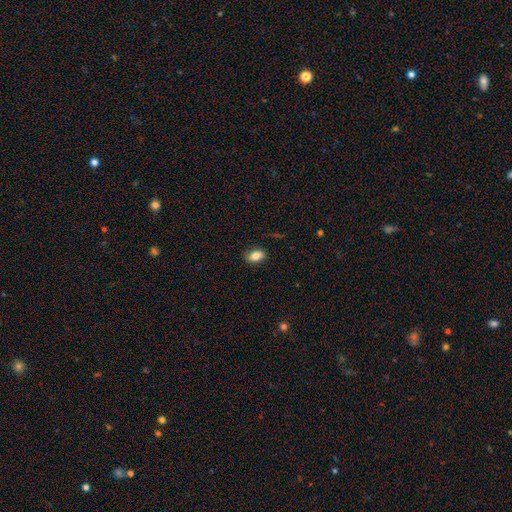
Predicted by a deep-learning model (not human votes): smooth 81%, featured or disk 11%, star or artifact 8%. Down the decision tree: how rounded — in between (89%); merging — none (82%).